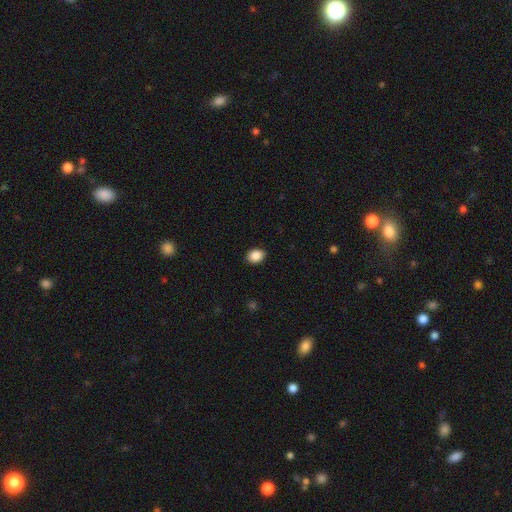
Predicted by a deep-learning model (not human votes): The model was most divided on "how rounded": in between: 67%, round: 32%, cigar-shaped: 1%. More confident: merging — none (89%); smooth or featured — smooth (88%).